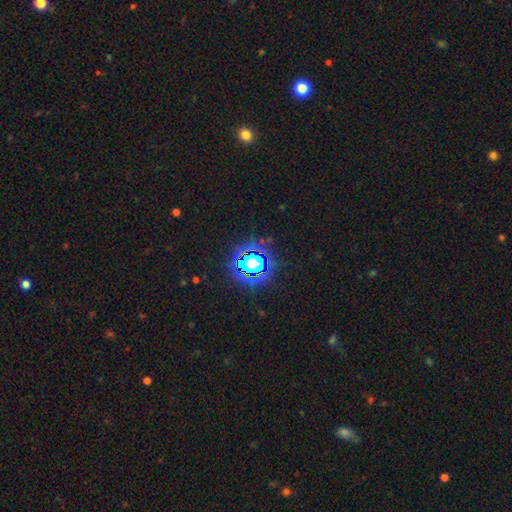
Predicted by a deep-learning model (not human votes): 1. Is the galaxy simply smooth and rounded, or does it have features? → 80% star or artifact, 13% smooth, 7% featured or disk.